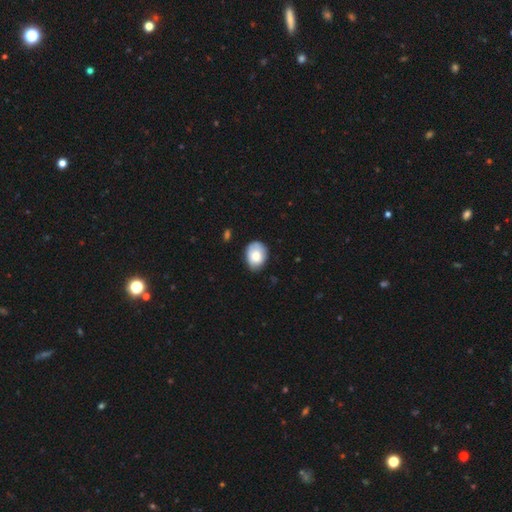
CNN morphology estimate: smooth 76%, featured or disk 17%, star or artifact 7%. Down the decision tree: how rounded — in between (63%); merging — none (66%).